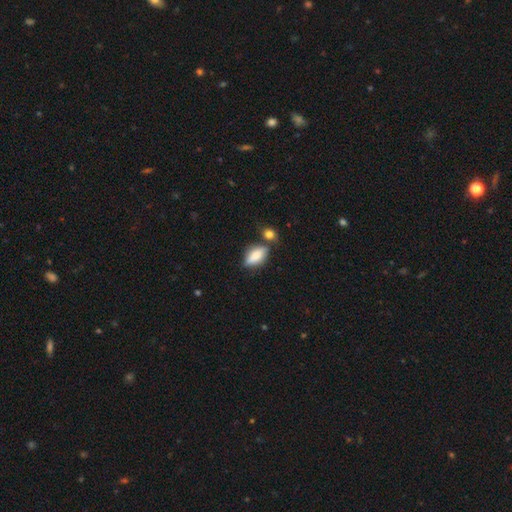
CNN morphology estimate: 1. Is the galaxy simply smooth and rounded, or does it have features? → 70% smooth, 22% featured or disk, 8% star or artifact.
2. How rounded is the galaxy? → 78% in between, 17% cigar-shaped, 5% round.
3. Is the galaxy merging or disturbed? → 60% none, 18% minor disturbance, 16% merger, 6% major disturbance.